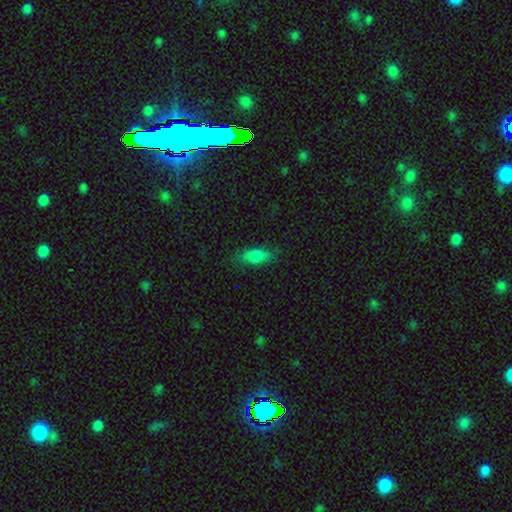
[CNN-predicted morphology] smooth_or_featured: smooth (p=0.78) [alt: featured or disk p=0.13]
how_rounded: in between (p=0.76) [alt: cigar-shaped p=0.21]
merging: none (p=0.76) [alt: minor disturbance p=0.18]